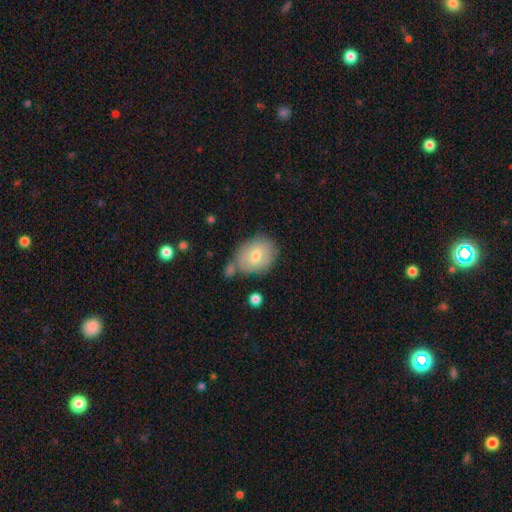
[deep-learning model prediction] This is likely a smooth galaxy (67%). How rounded: likely in between (60%). Merging: likely none (60%).